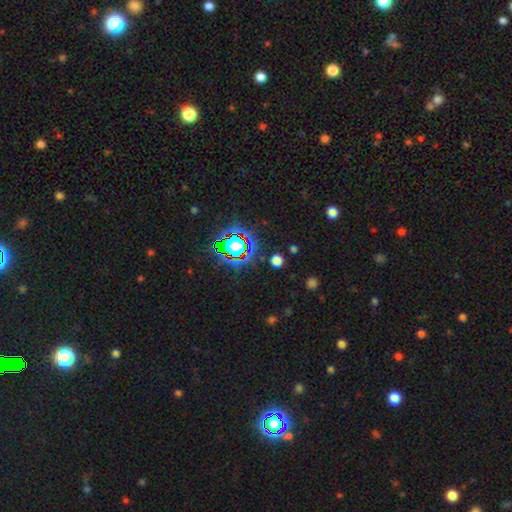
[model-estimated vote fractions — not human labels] A star or artifact, not a galaxy (80%).

Vote fractions:
- Smooth or featured? star or artifact: 80% / smooth: 12% / featured or disk: 8%